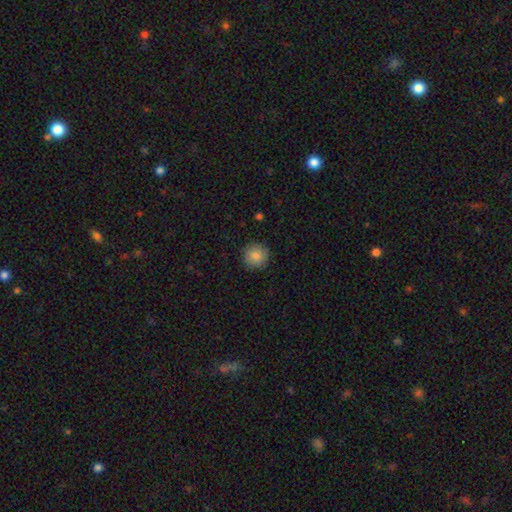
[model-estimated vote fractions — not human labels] Smooth or featured? smooth (85%)
How rounded? round (94%)
Merging? none (91%)